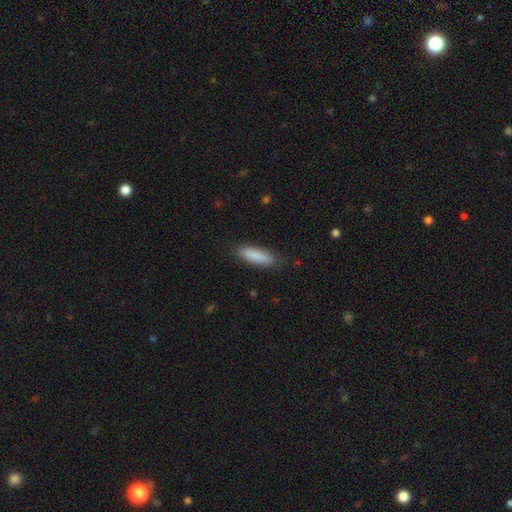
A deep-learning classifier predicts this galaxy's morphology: smooth 88%, featured or disk 6%, star or artifact 6%. Down the decision tree: how rounded — cigar-shaped (64%); merging — none (86%).